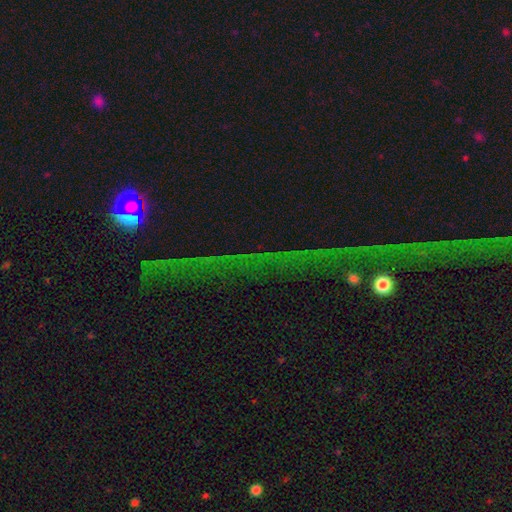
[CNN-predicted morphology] Smooth or featured?
  - star or artifact: 76% *
  - featured or disk: 13%
  - smooth: 10%